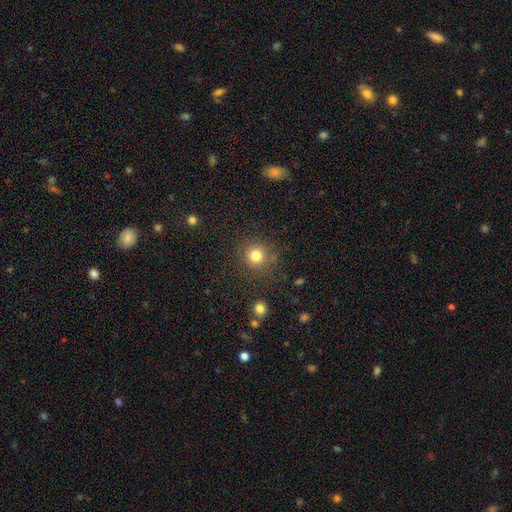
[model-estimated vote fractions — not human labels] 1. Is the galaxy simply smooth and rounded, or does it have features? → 81% smooth, 13% star or artifact, 6% featured or disk.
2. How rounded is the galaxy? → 92% round, 8% in between, 1% cigar-shaped.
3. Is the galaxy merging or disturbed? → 83% none, 10% minor disturbance, 4% major disturbance, 3% merger.